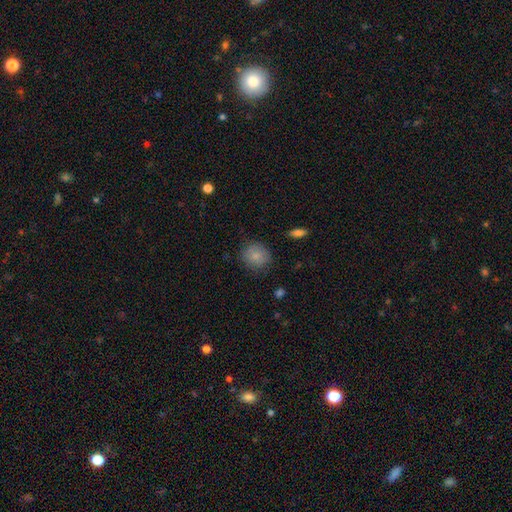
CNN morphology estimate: Smooth or featured? Predicted: smooth (p=0.84). How rounded? Predicted: round (p=0.82). Merging? Predicted: none (p=0.81).